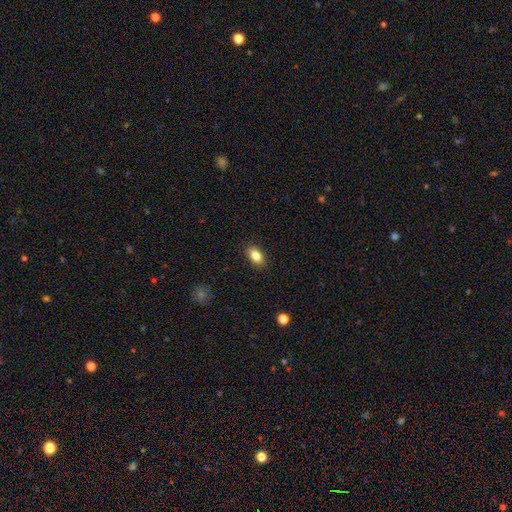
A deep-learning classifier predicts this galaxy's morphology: A smooth galaxy with no disk features (84%) that is in between round and cigar-shaped (88%).

Vote fractions:
- Smooth or featured? smooth: 84% / star or artifact: 8% / featured or disk: 8%
- How rounded? in between: 88% / round: 10% / cigar-shaped: 2%
- Merging? none: 89% / minor disturbance: 8% / major disturbance: 2% / merger: 1%